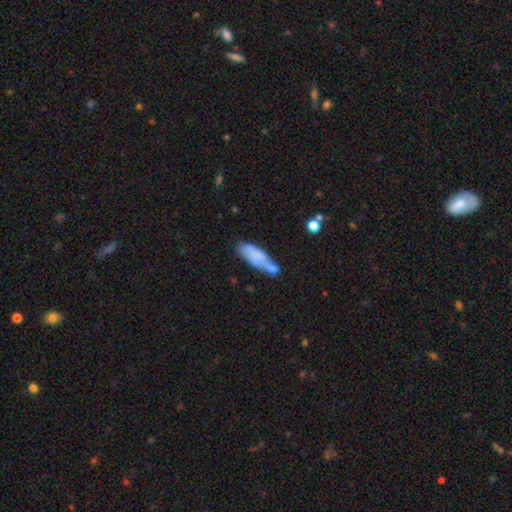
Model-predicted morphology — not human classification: The model was most divided on "how rounded": in between: 51%, cigar-shaped: 47%, round: 2%. Remaining: smooth or featured — smooth (64%); merging — none (37%).